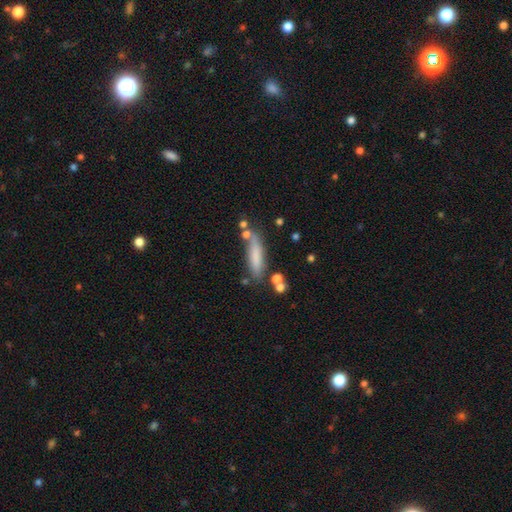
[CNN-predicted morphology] A smooth galaxy with no disk features (71%) that is cigar-shaped (77%).

Vote fractions:
- Smooth or featured? smooth: 71% / featured or disk: 20% / star or artifact: 8%
- How rounded? cigar-shaped: 77% / in between: 20% / round: 2%
- Merging? none: 67% / minor disturbance: 18% / merger: 10% / major disturbance: 6%